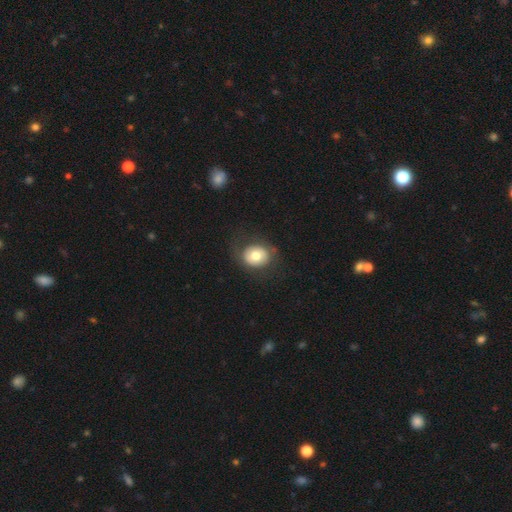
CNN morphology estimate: Overall: smooth (68%). How rounded: round (63%; in between 36%). Merging: none (76%).